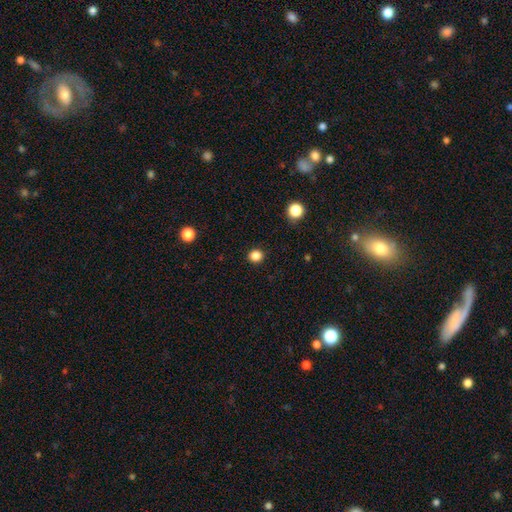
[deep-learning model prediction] Q: Smooth or featured?
A: smooth (85%); runner-up: star or artifact (12%)
Q: How rounded?
A: round (87%); runner-up: in between (12%)
Q: Merging?
A: none (92%); runner-up: minor disturbance (5%)